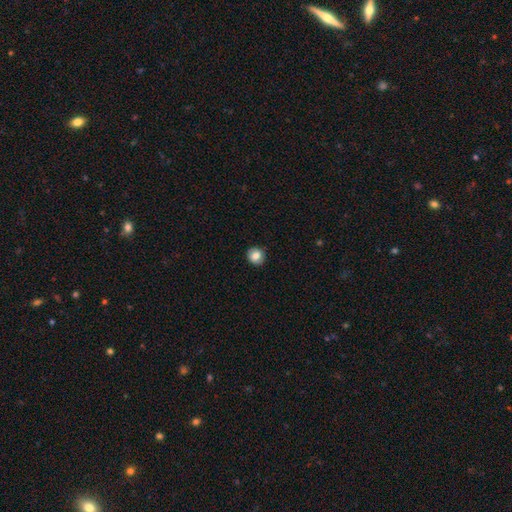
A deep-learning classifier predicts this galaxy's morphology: Smooth or featured: smooth — 81% (featured or disk — 10%)
How rounded: round — 88% (in between — 11%)
Merging: none — 90% (minor disturbance — 7%)